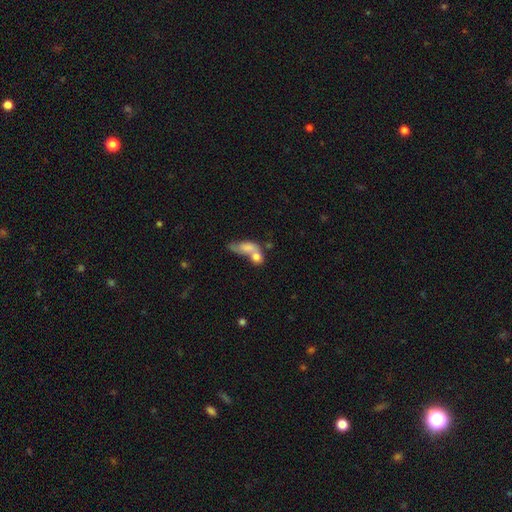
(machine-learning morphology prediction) Smooth or featured? smooth (68%)
How rounded? in between (62%)
Merging? merger (64%)